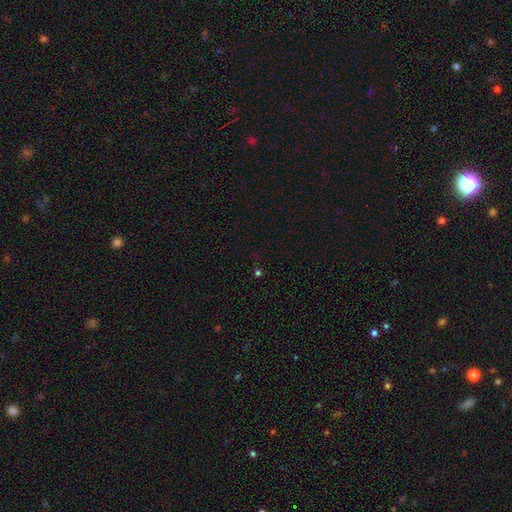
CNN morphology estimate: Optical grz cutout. It shows a star or artifact, not a galaxy (57%).